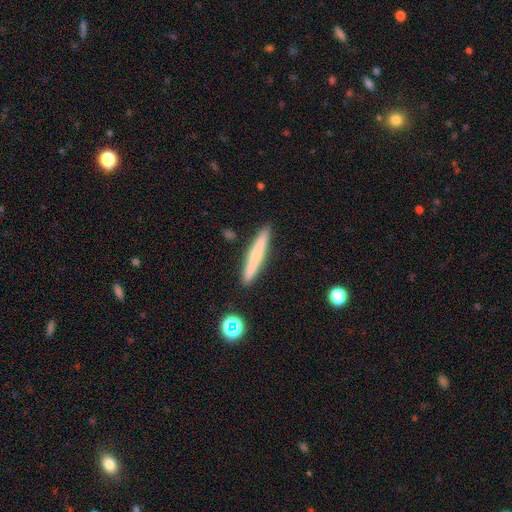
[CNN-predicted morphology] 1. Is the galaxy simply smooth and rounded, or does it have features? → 58% smooth, 34% featured or disk, 8% star or artifact.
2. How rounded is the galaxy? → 95% cigar-shaped, 4% in between, 2% round.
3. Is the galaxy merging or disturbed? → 90% none, 7% minor disturbance, 2% merger, 1% major disturbance.